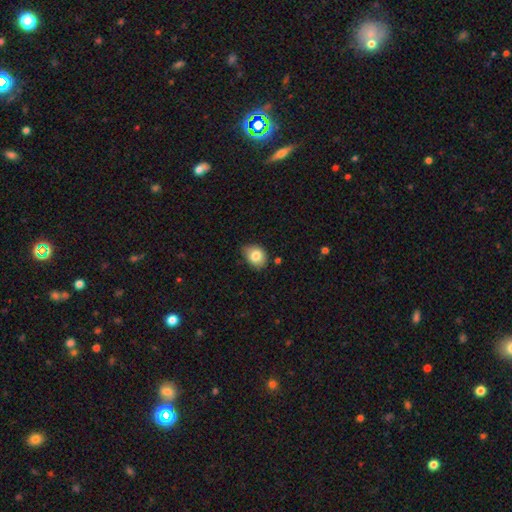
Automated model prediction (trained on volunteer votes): Smooth or featured: smooth — 81% (featured or disk — 10%)
How rounded: in between — 62% (round — 37%)
Merging: none — 62% (minor disturbance — 30%)